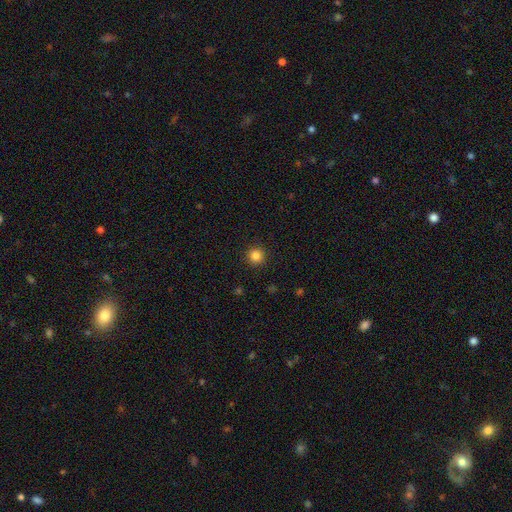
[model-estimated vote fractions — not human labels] A smooth galaxy with no disk features (85%) that is round (95%).

Vote fractions:
- Smooth or featured? smooth: 85% / star or artifact: 12% / featured or disk: 4%
- How rounded? round: 95% / in between: 4% / cigar-shaped: 1%
- Merging? none: 92% / minor disturbance: 5% / major disturbance: 2% / merger: 1%